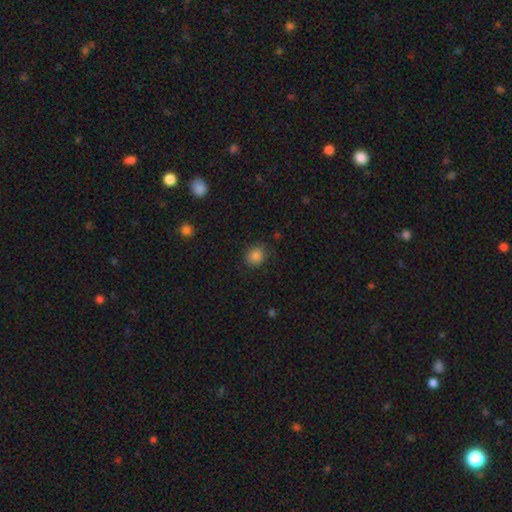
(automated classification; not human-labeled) Q: Smooth or featured?
A: smooth (85%); runner-up: star or artifact (11%)
Q: How rounded?
A: round (73%); runner-up: in between (26%)
Q: Merging?
A: none (79%); runner-up: minor disturbance (16%)